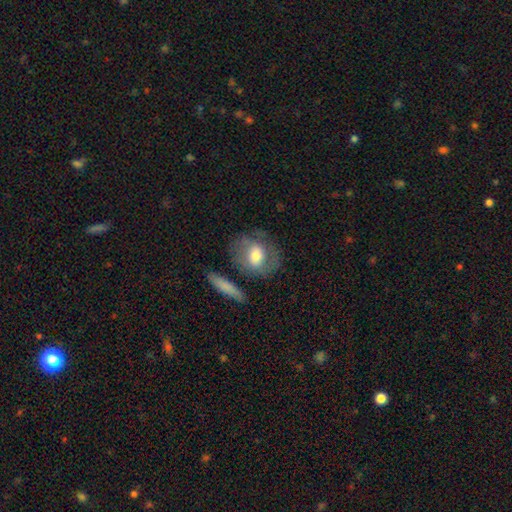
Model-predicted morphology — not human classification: Smooth or featured? Predicted: smooth (p=0.58). How rounded? Predicted: round (p=0.52). Merging? Predicted: none (p=0.63).